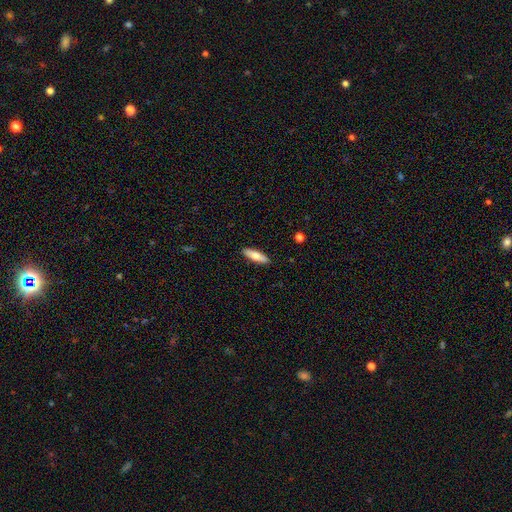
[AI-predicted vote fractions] The model was most divided on "how rounded": cigar-shaped: 58%, in between: 40%, round: 2%. More confident: merging — none (91%); smooth or featured — smooth (70%).